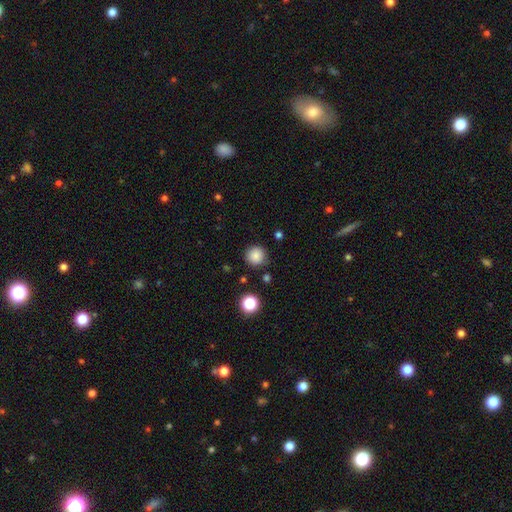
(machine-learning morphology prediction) The model was most divided on "smooth or featured": smooth: 85%, star or artifact: 11%, featured or disk: 4%. More confident: how rounded — round (94%); merging — none (87%).